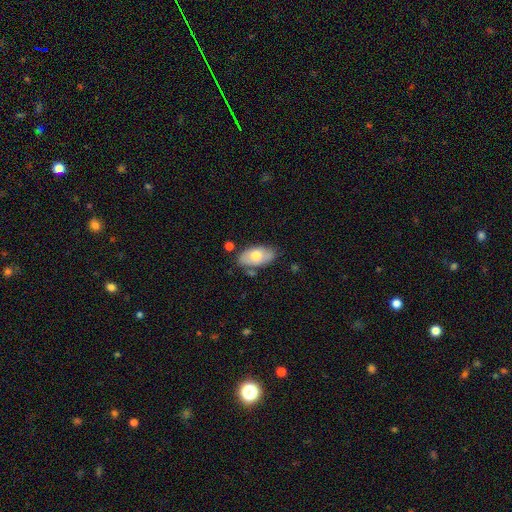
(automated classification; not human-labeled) Smooth or featured?
  - smooth: 65% *
  - featured or disk: 29%
  - star or artifact: 6%
How rounded?
  - in between: 93% *
  - round: 4%
  - cigar-shaped: 2%
Merging?
  - none: 75% *
  - minor disturbance: 16%
  - merger: 5%
  - major disturbance: 4%